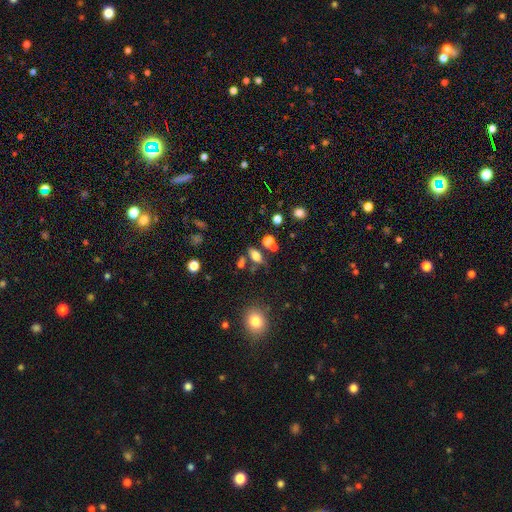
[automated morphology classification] Overall: smooth (71%). How rounded: in between (81%). Merging: none (67%).